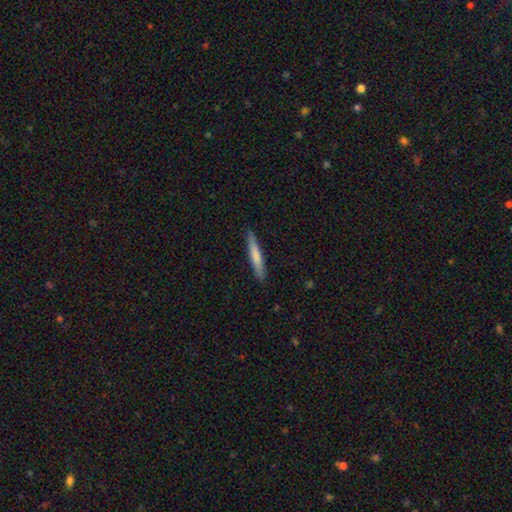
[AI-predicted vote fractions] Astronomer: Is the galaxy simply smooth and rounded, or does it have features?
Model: smooth — 69%.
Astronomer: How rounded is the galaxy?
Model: cigar-shaped — 94%.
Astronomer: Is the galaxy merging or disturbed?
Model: none — 88%.